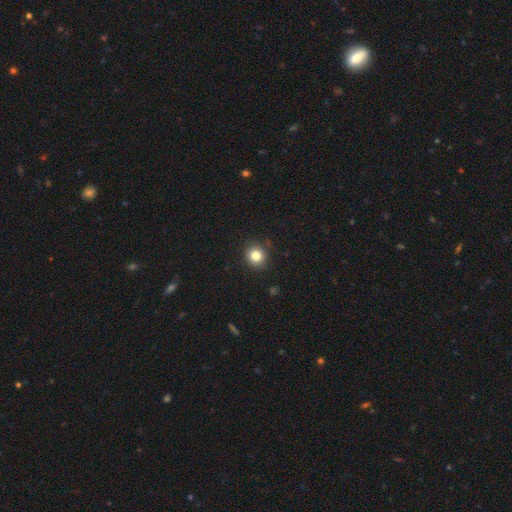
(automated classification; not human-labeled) Smooth or featured? smooth (82%)
How rounded? round (91%)
Merging? none (90%)